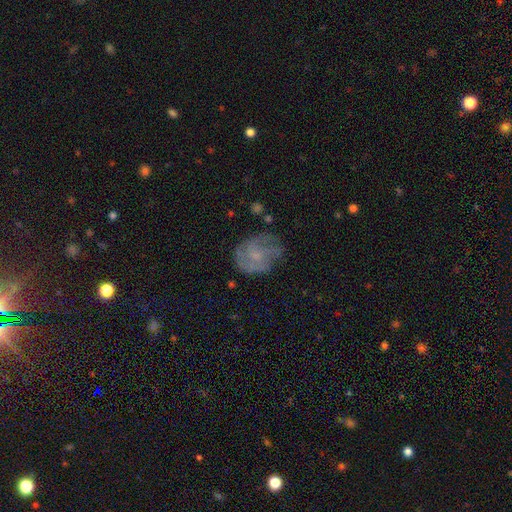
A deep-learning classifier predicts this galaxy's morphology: Smooth or featured? featured or disk (62%)
Edge-on disk? no (98%)
Bar? no (72%)
Spiral arms? yes (78%)
Bulge size? small (55%)
Merging? none (62%)